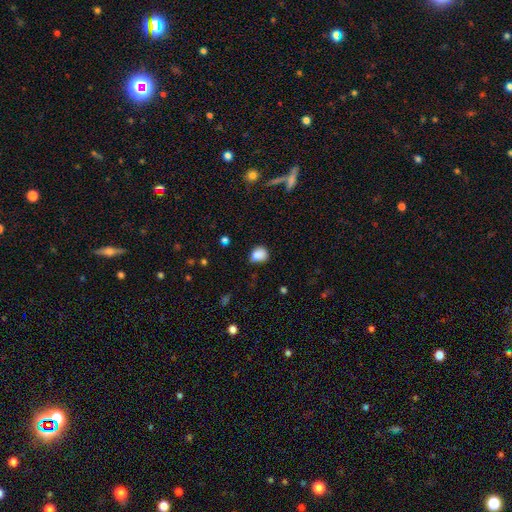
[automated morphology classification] type=smooth (84%); roundness=round (57%); merging=none (59%).